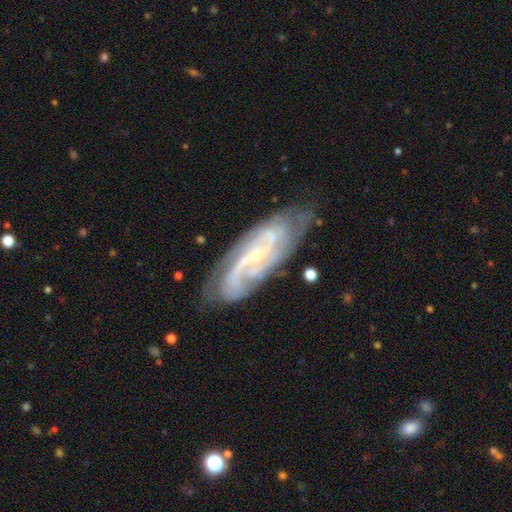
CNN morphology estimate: The model was most divided on "bar": no: 42%, weak: 41%, strong: 18%. Remaining: spiral arms — yes (96%); edge-on disk — no (90%); smooth or featured — featured or disk (85%); bulge size — small (73%); merging — none (72%); spiral winding — tight (46%); spiral arm count — 2 (37%).